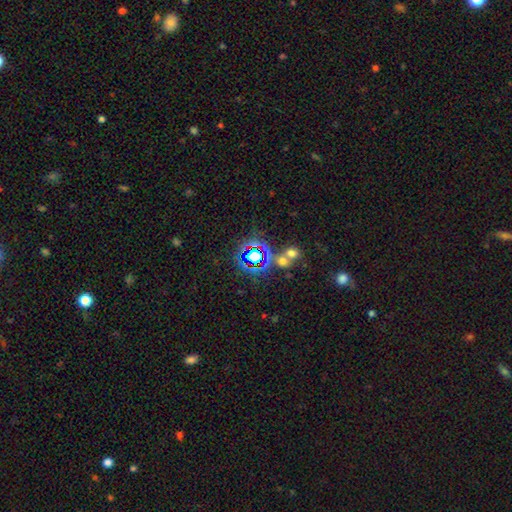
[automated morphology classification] Smooth or featured? Predicted: star or artifact (p=0.66).